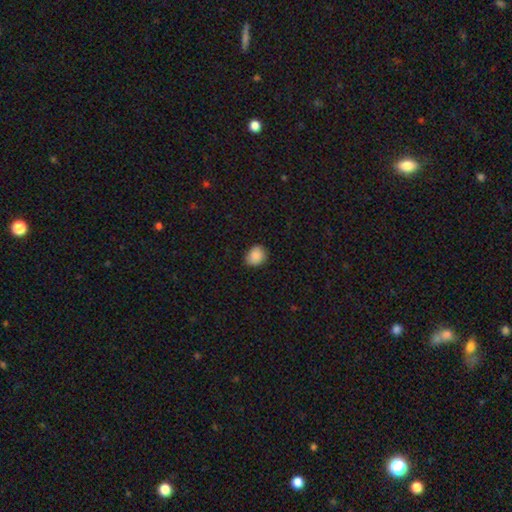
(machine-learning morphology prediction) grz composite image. It shows a smooth galaxy with no disk features (87%) that is round (62%). Merging: none (80%).